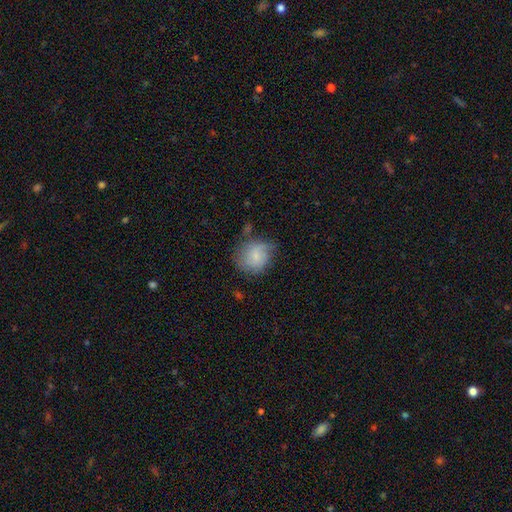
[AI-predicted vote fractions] Smooth or featured?
  - smooth: 67% *
  - featured or disk: 25%
  - star or artifact: 8%
How rounded?
  - round: 73% *
  - in between: 26%
  - cigar-shaped: 1%
Merging?
  - none: 53% *
  - minor disturbance: 31%
  - major disturbance: 12%
  - merger: 4%